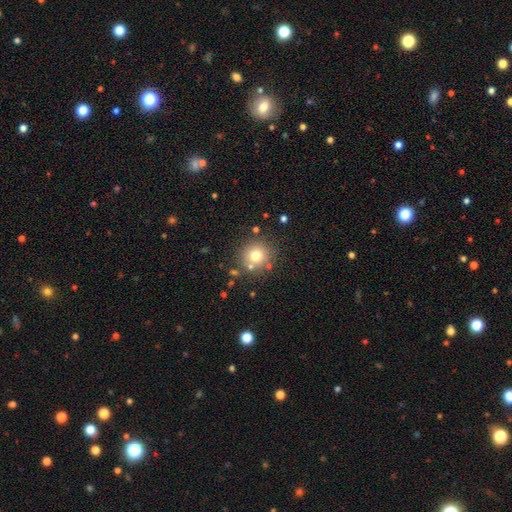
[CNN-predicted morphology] The model was most divided on "smooth or featured": smooth: 73%, star or artifact: 15%, featured or disk: 12%. More confident: how rounded — round (92%); merging — none (80%).